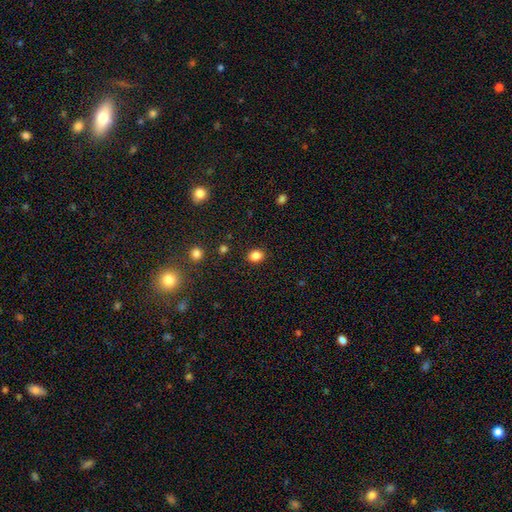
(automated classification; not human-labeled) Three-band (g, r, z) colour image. It shows a smooth galaxy with no disk features (85%) that is round (54%). Merging: none (89%).